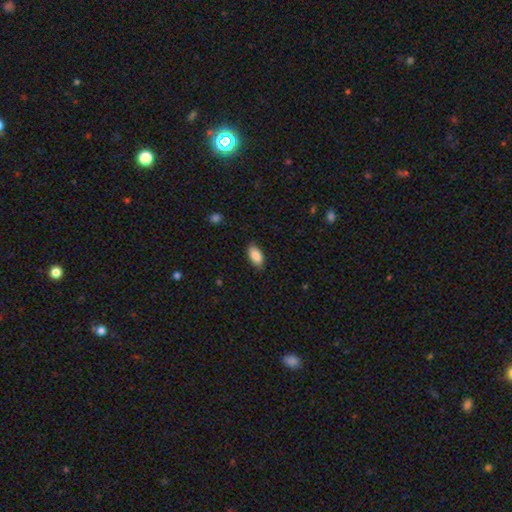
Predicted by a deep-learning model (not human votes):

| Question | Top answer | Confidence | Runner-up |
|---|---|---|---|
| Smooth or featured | smooth | 89% | star or artifact (7%) |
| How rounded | in between | 93% | cigar-shaped (5%) |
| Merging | none | 85% | minor disturbance (11%) |